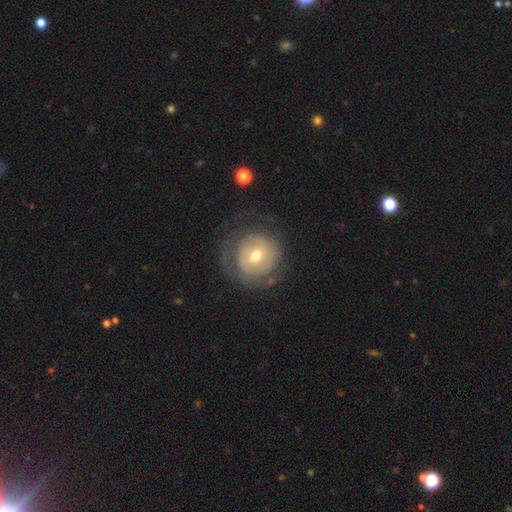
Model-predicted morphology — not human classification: Overall: featured or disk (58%; smooth 34%). Edge-on disk: no (96%). Bar: no (63%; weak 29%). Spiral arms: yes (63%; no 37%). Bulge size: moderate (63%; small 30%). Merging: none (60%).